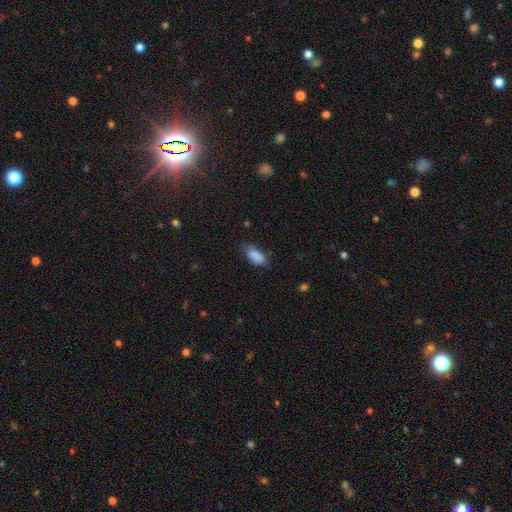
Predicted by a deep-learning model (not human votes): This is clearly a smooth galaxy (86%). How rounded: clearly in between (84%). Merging: likely none (67%).